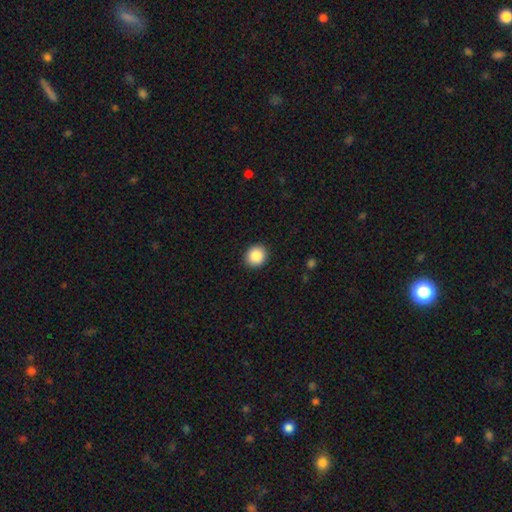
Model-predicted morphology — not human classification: This is clearly a smooth galaxy (87%). How rounded: clearly round (82%). Merging: clearly none (91%).